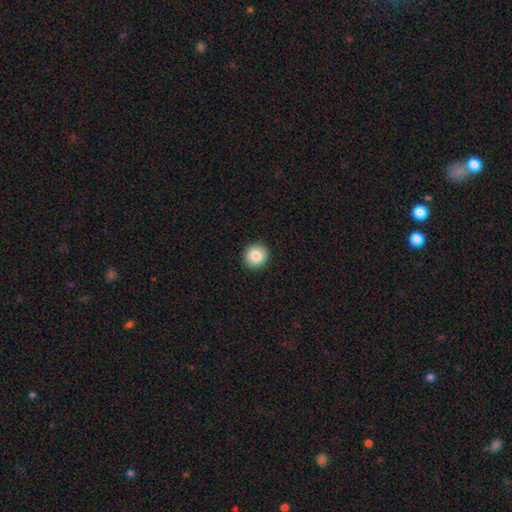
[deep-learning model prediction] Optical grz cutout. It shows a smooth galaxy with no disk features (86%) that is round (89%). Merging: none (93%).